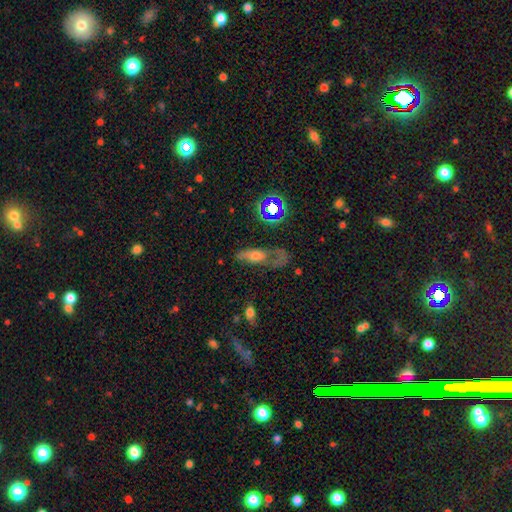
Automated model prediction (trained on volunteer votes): A smooth galaxy with no disk features (43%). Merging: major disturbance (37%).